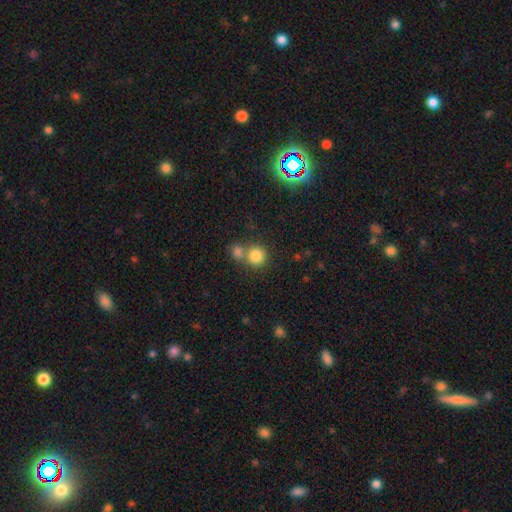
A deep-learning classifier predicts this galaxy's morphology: Overall: smooth (82%). How rounded: round (91%). Merging: none (53%; merger 37%).